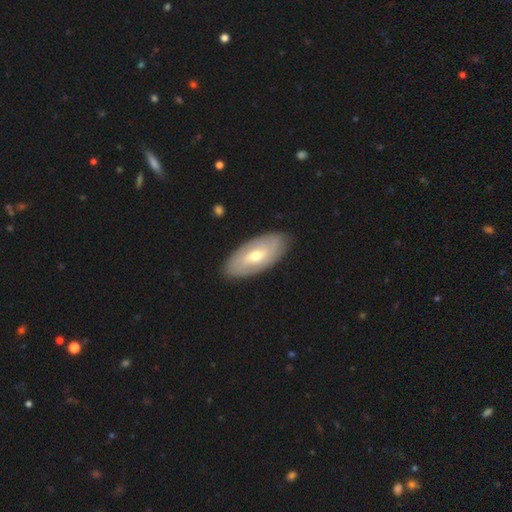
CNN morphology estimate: Overall: featured or disk (53%; smooth 41%). Edge-on disk: no (84%). Merging: none (88%).